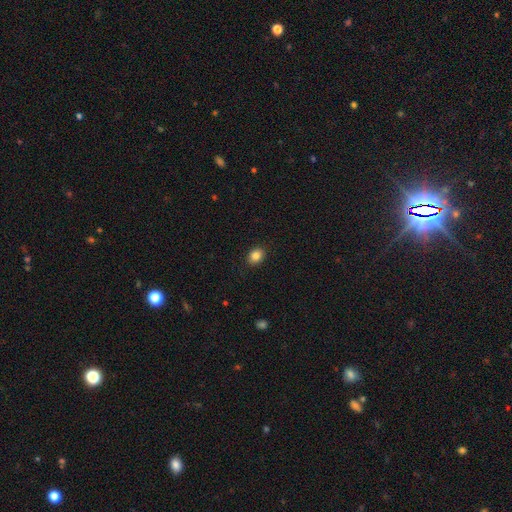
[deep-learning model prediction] smooth_or_featured: smooth (p=0.85) [alt: star or artifact p=0.10]
how_rounded: in between (p=0.55) [alt: round p=0.44]
merging: none (p=0.90) [alt: minor disturbance p=0.07]